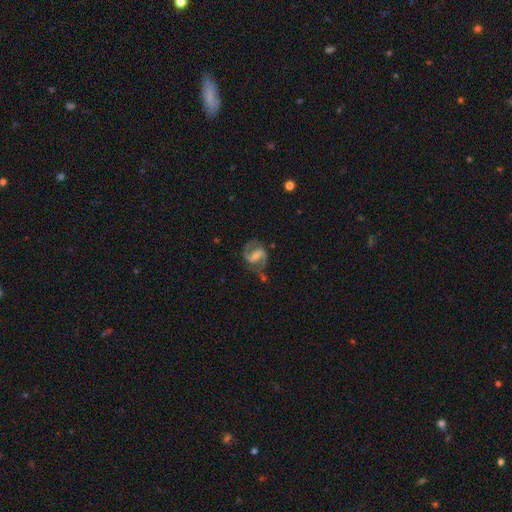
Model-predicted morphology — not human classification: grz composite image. It shows a featured or disk galaxy (90%) with a weak bar (45%), 2 (93%) medium (60%) spiral arms (97%) and a small central bulge (51%). Merging: none (69%).